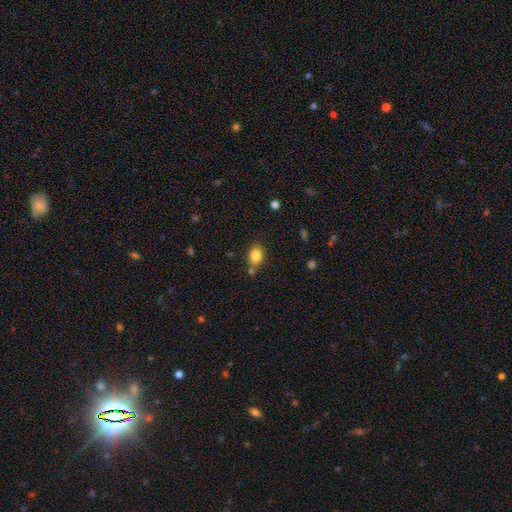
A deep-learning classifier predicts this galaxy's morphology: Smooth or featured?
  - smooth: 84% *
  - star or artifact: 9%
  - featured or disk: 7%
How rounded?
  - in between: 72% *
  - round: 27%
  - cigar-shaped: 1%
Merging?
  - none: 67% *
  - minor disturbance: 16%
  - merger: 13%
  - major disturbance: 4%